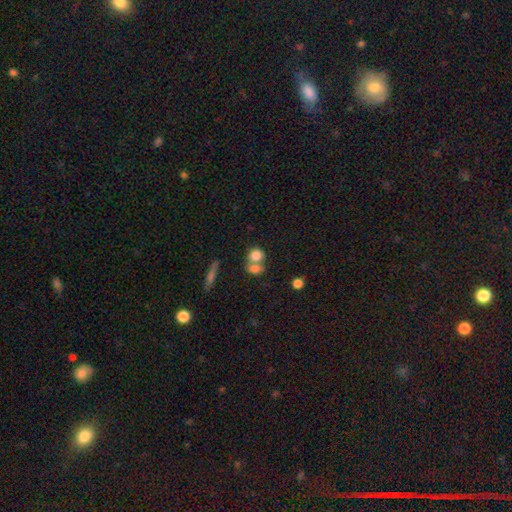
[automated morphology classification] A smooth galaxy with no disk features (79%) that is round (59%).

Vote fractions:
- Smooth or featured? smooth: 79% / featured or disk: 11% / star or artifact: 10%
- How rounded? round: 59% / in between: 38% / cigar-shaped: 2%
- Merging? merger: 53% / none: 34% / minor disturbance: 8% / major disturbance: 4%